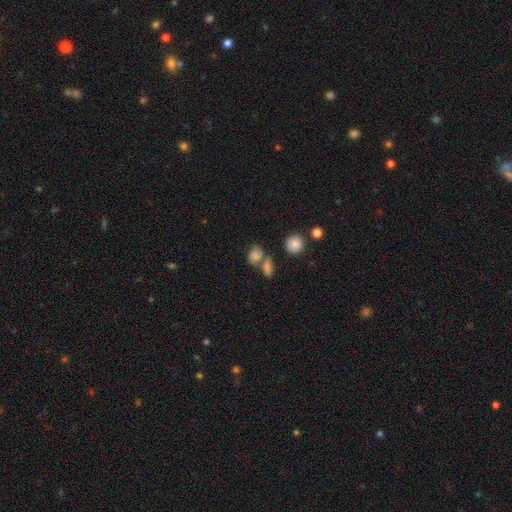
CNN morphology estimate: Smooth or featured? smooth (67%)
How rounded? round (49%, tied with in between)
Merging? merger (40%)